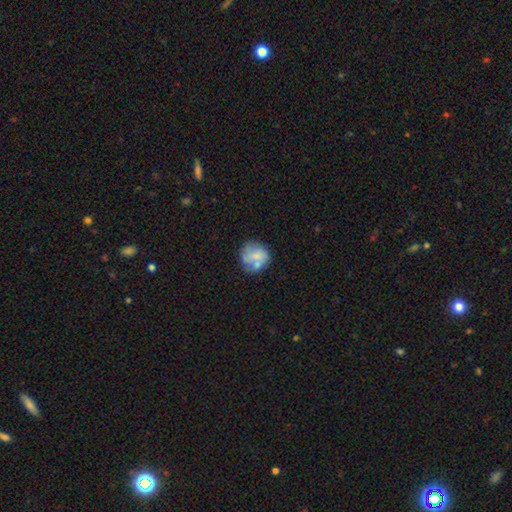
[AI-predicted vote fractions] The model was most divided on "smooth or featured": smooth: 56%, featured or disk: 36%, star or artifact: 8%. Remaining: how rounded — round (81%); merging — none (49%).